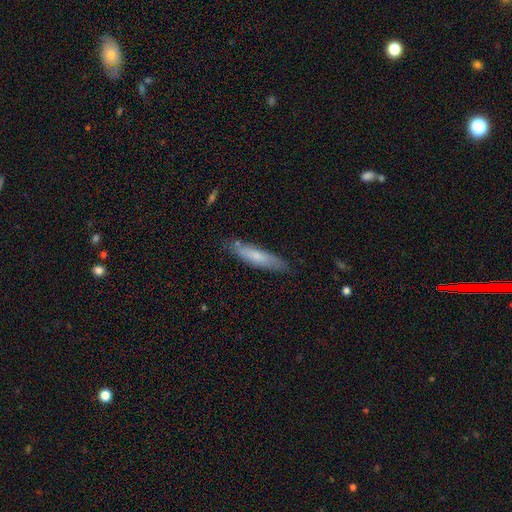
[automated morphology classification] The model was most divided on "smooth or featured": smooth: 69%, featured or disk: 25%, star or artifact: 6%. More confident: how rounded — cigar-shaped (83%); merging — none (81%).